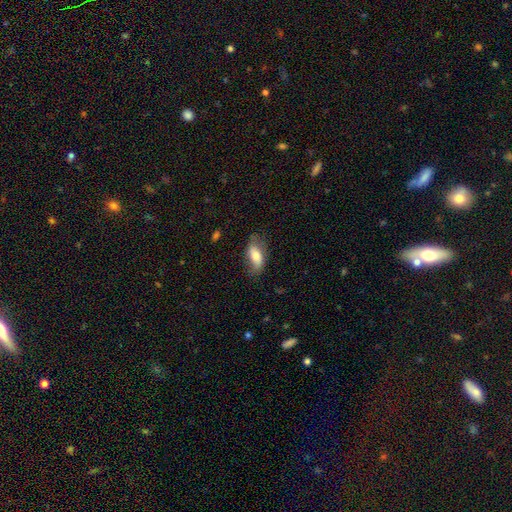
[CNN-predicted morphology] This appears to be a smooth galaxy with no disk features (64%) that is in between round and cigar-shaped (85%). Merging: none (65%).